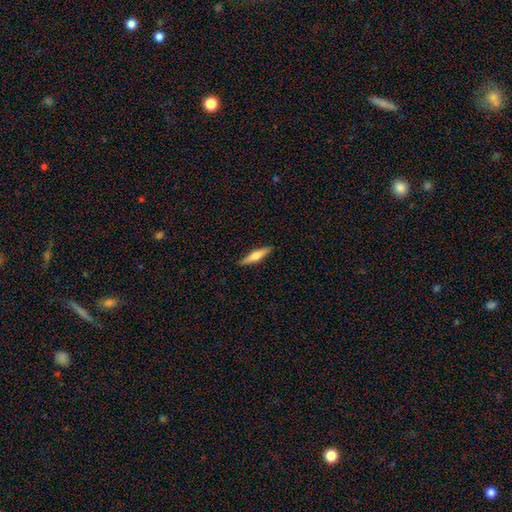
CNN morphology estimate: A smooth galaxy with no disk features (55%) that is cigar-shaped (79%). Merging: none (90%).